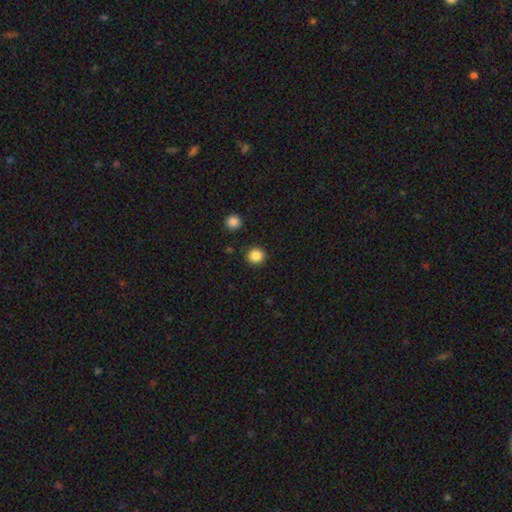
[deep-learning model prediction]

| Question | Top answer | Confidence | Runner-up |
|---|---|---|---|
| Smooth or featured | smooth | 86% | star or artifact (10%) |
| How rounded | round | 91% | in between (8%) |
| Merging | none | 90% | minor disturbance (5%) |